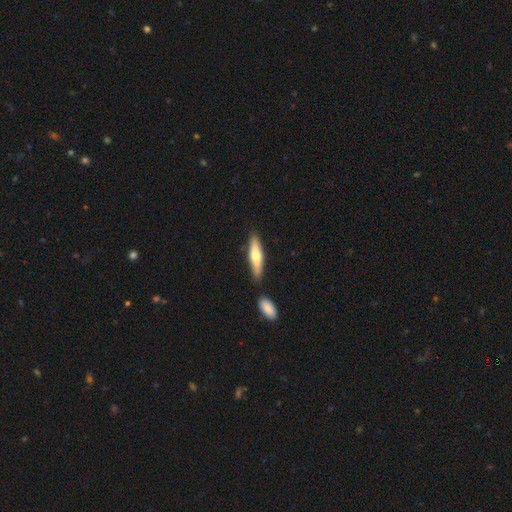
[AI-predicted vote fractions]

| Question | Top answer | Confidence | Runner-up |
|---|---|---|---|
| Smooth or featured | smooth | 56% | featured or disk (39%) |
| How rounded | cigar-shaped | 72% | in between (26%) |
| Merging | none | 79% | minor disturbance (11%) |